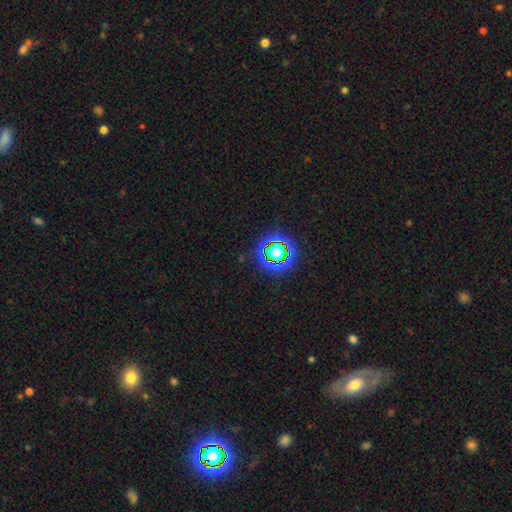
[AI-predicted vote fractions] Morphology: type=star or artifact (71%).